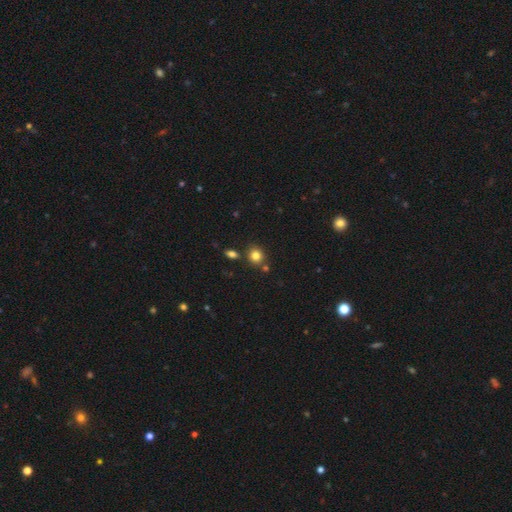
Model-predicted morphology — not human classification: Overall: smooth (81%). How rounded: round (81%). Merging: none (77%).